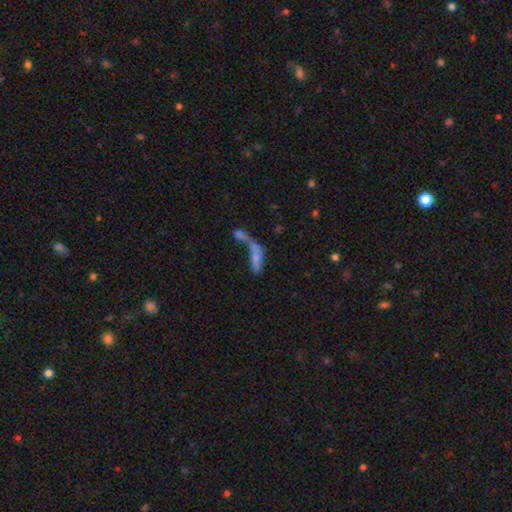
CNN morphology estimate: This is likely a smooth galaxy (60%). How rounded: possibly in between (53%). Merging: likely merger (66%).